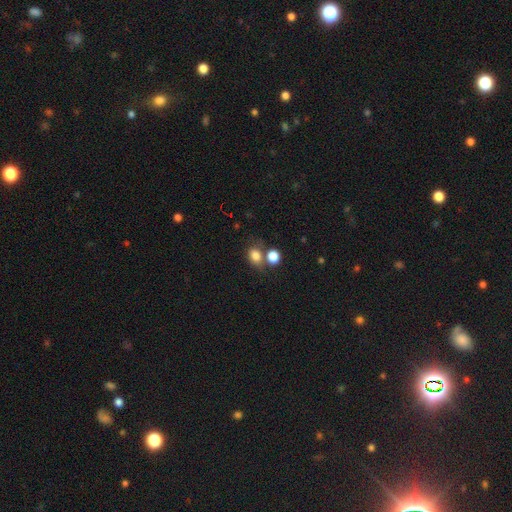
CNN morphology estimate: Smooth or featured? smooth (80%)
How rounded? in between (51%)
Merging? none (50%)